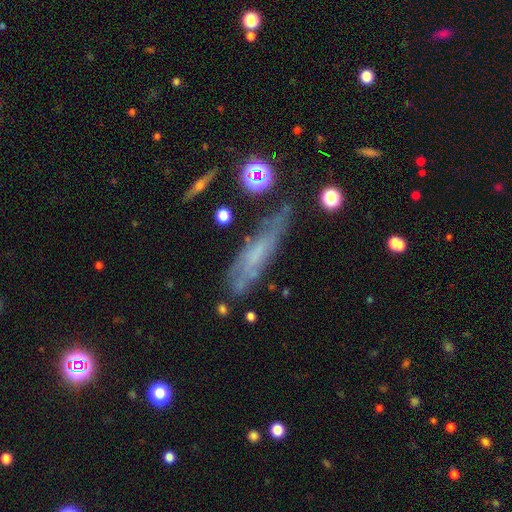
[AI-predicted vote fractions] A featured or disk galaxy (51%). Merging: none (58%).